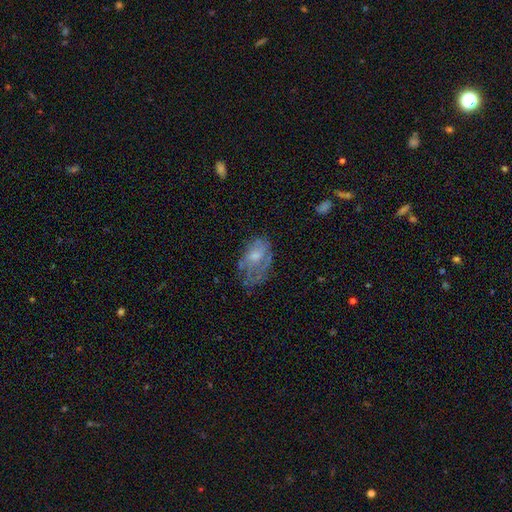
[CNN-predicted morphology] Q: Smooth or featured?
A: smooth (47%); runner-up: featured or disk (44%)
Q: Merging?
A: none (39%); runner-up: minor disturbance (30%)